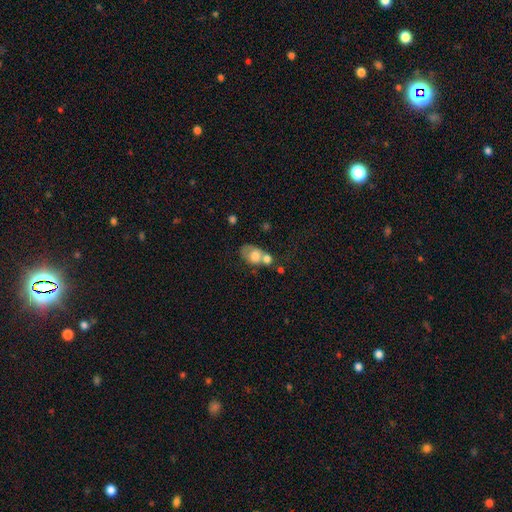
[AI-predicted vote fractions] This is likely a smooth galaxy (67%). How rounded: likely in between (67%). Merging: possibly merger (59%).